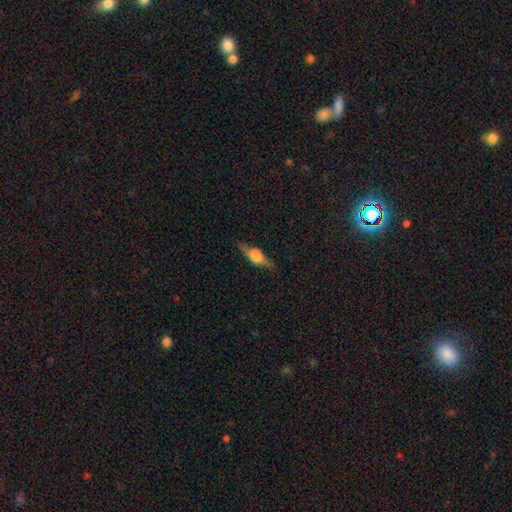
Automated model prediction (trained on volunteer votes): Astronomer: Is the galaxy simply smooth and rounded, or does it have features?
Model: featured or disk — 64%.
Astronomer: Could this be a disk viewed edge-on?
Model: yes — 94%.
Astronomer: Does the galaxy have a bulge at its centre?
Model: rounded — 84%.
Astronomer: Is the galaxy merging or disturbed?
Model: none — 80%.